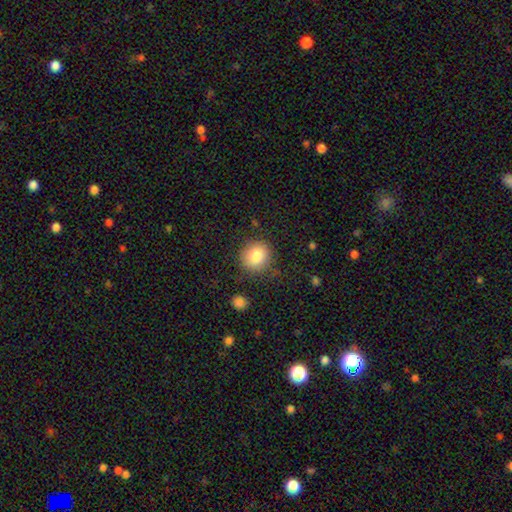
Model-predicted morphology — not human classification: Overall: smooth (83%). How rounded: round (83%). Merging: none (81%).